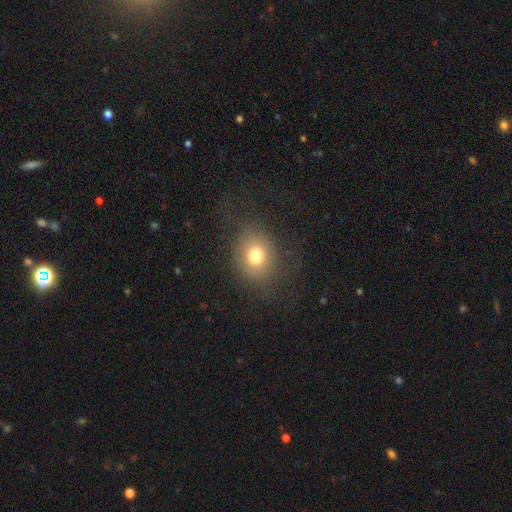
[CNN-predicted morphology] smooth_or_featured: smooth (p=0.73) [alt: star or artifact p=0.14]
how_rounded: round (p=0.58) [alt: in between p=0.41]
merging: none (p=0.72) [alt: minor disturbance p=0.15]